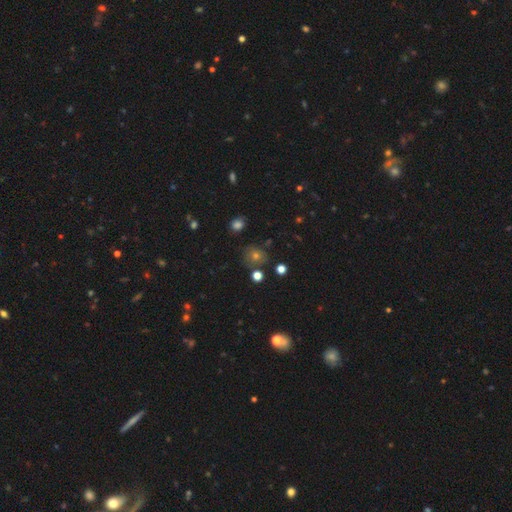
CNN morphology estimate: The model was most divided on "smooth or featured": smooth: 58%, star or artifact: 30%, featured or disk: 12%. More confident: how rounded — round (81%); merging — none (80%).